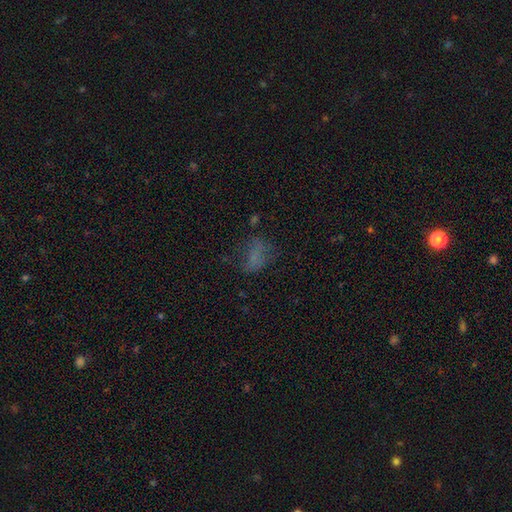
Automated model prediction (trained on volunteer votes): A smooth galaxy with no disk features (56%) that is in between round and cigar-shaped (79%).

Vote fractions:
- Smooth or featured? smooth: 56% / featured or disk: 24% / star or artifact: 21%
- How rounded? in between: 79% / round: 15% / cigar-shaped: 6%
- Merging? none: 49% / major disturbance: 25% / minor disturbance: 23% / merger: 3%